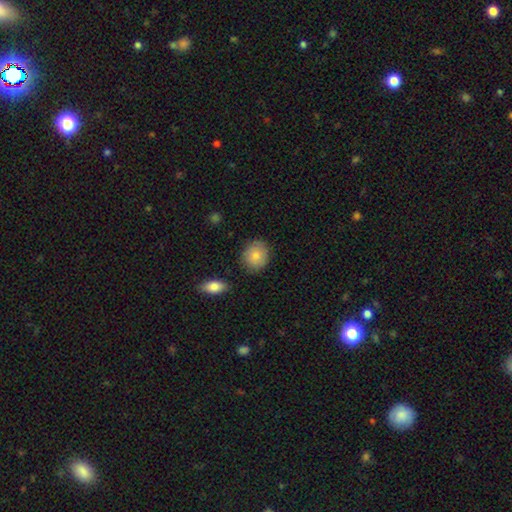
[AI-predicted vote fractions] Smooth or featured? smooth (83%)
How rounded? round (74%)
Merging? none (82%)